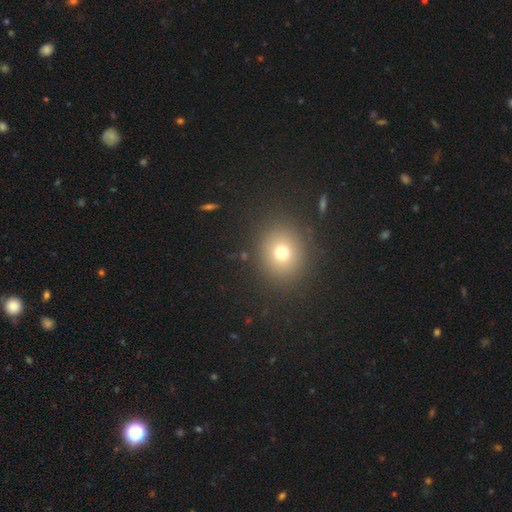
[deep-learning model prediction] smooth-or-featured: smooth: 67% | star or artifact: 25% | featured or disk: 8%
  how-rounded: round: 76% | in between: 23% | cigar-shaped: 1%
  merging: none: 91% | minor disturbance: 6% | major disturbance: 2% | merger: 1%